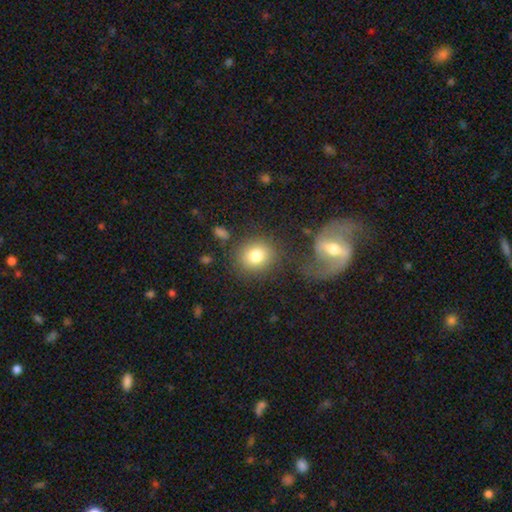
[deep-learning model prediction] Smooth or featured? Predicted: smooth (p=0.81). How rounded? Predicted: round (p=0.77). Merging? Predicted: none (p=0.77).